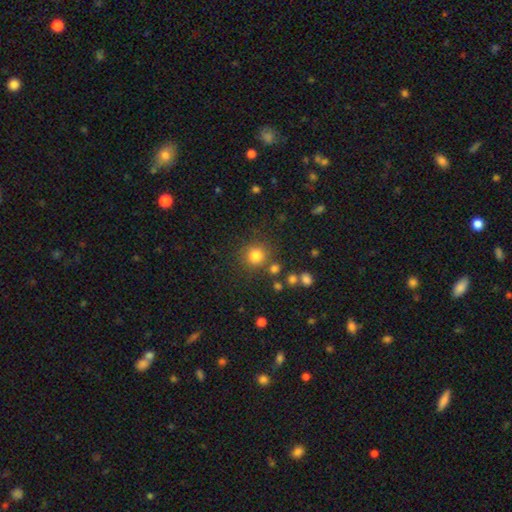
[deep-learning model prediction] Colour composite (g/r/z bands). It shows a smooth galaxy with no disk features (81%) that is round (92%). Merging: none (81%).